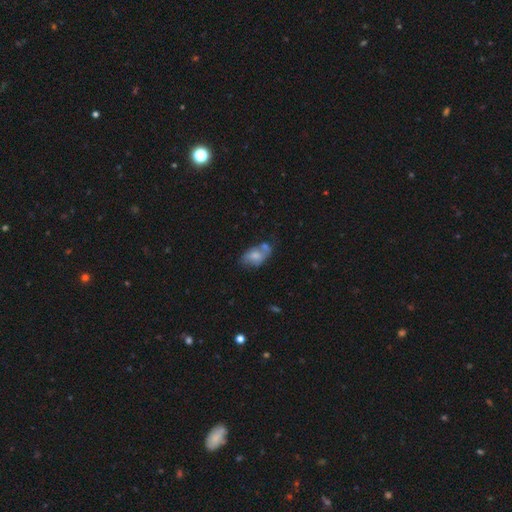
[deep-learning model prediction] A smooth galaxy with no disk features (62%) that is in between round and cigar-shaped (89%).

Vote fractions:
- Smooth or featured? smooth: 62% / featured or disk: 30% / star or artifact: 9%
- How rounded? in between: 89% / round: 9% / cigar-shaped: 2%
- Merging? none: 35% / merger: 29% / minor disturbance: 24% / major disturbance: 11%